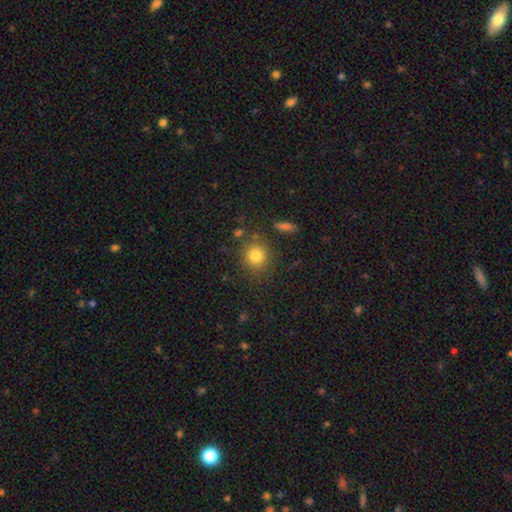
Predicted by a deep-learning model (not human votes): A smooth galaxy with no disk features (81%) that is round (88%).

Vote fractions:
- Smooth or featured? smooth: 81% / star or artifact: 12% / featured or disk: 7%
- How rounded? round: 88% / in between: 11% / cigar-shaped: 1%
- Merging? none: 81% / minor disturbance: 10% / merger: 5% / major disturbance: 4%